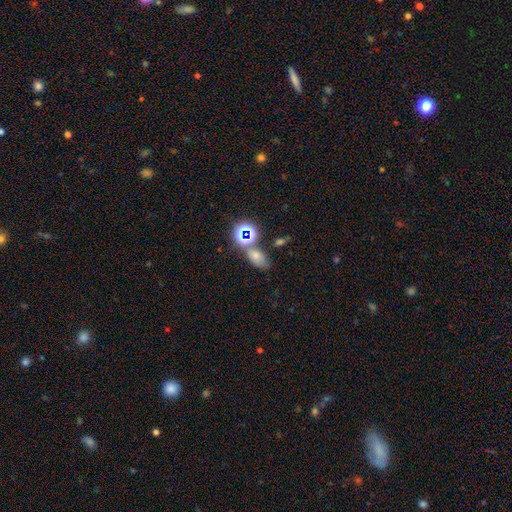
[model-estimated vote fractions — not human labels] Smooth or featured? Predicted: smooth (p=0.59). How rounded? Predicted: in between (p=0.84). Merging? Predicted: none (p=0.59).